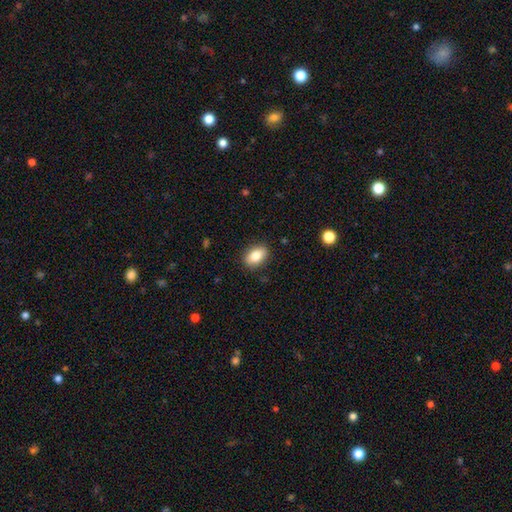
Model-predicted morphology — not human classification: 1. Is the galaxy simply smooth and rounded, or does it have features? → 84% smooth, 8% featured or disk, 7% star or artifact.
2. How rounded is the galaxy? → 88% in between, 10% round, 2% cigar-shaped.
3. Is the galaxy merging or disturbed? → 88% none, 9% minor disturbance, 2% major disturbance, 1% merger.